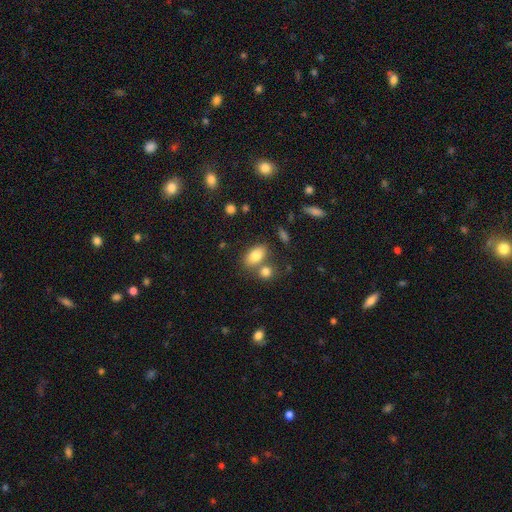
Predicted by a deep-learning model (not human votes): This is clearly a smooth galaxy (82%). How rounded: clearly in between (88%). Merging: likely none (60%).